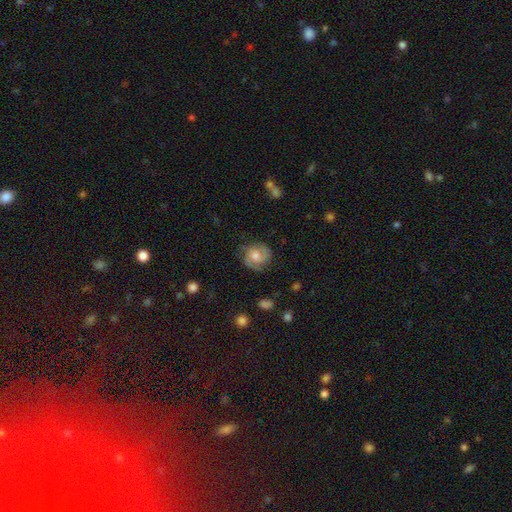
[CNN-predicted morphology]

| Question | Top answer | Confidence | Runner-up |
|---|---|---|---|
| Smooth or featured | featured or disk | 56% | smooth (36%) |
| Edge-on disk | no | 97% | yes (3%) |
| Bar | no | 67% | weak (29%) |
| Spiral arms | yes | 88% | no (12%) |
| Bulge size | moderate | 67% | small (20%) |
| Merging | none | 74% | minor disturbance (18%) |